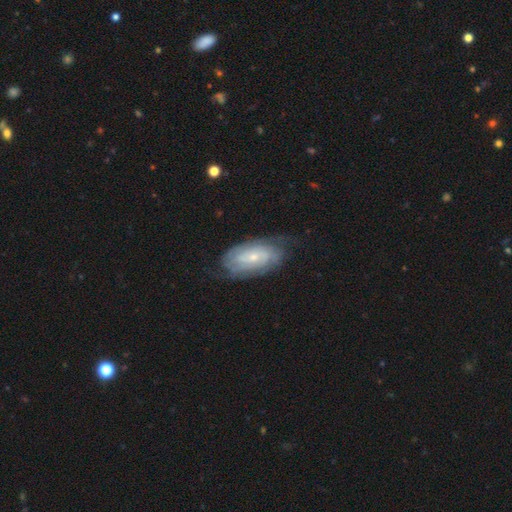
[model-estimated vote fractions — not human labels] Smooth or featured? Predicted: featured or disk (p=0.64). Edge-on disk? Predicted: no (p=0.91). Bar? Predicted: no (p=0.62). Spiral arms? Predicted: yes (p=0.84). Bulge size? Predicted: small (p=0.67). Merging? Predicted: none (p=0.69).